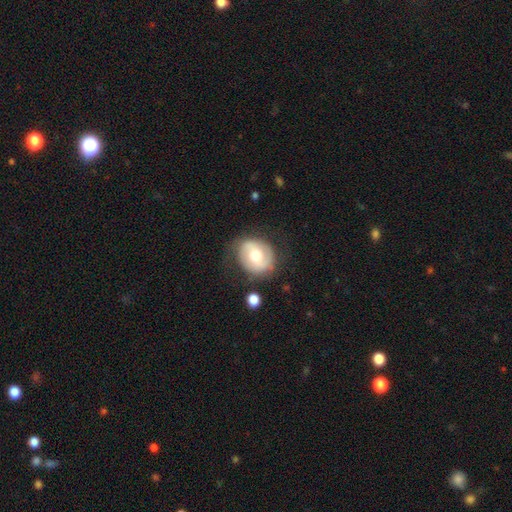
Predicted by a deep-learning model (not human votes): Overall: smooth (50%; featured or disk 44%). Merging: none (71%).